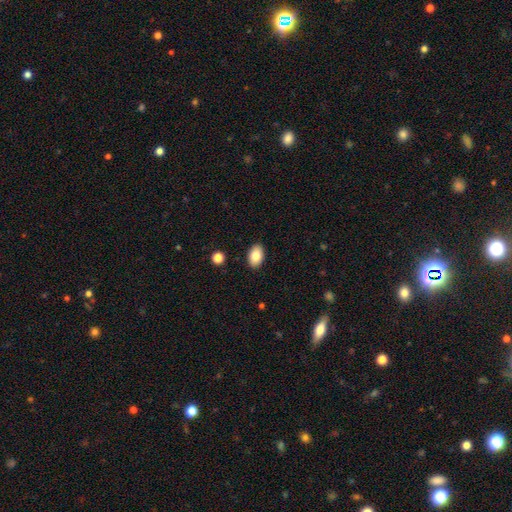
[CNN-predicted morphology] type=smooth (83%); roundness=in between (91%); merging=none (89%).